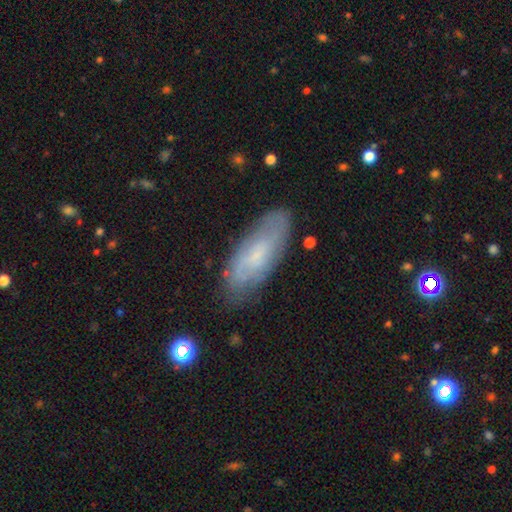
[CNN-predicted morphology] Smooth or featured?
  - smooth: 49% *
  - featured or disk: 43%
  - star or artifact: 8%
Merging?
  - none: 76% *
  - minor disturbance: 18%
  - major disturbance: 4%
  - merger: 2%